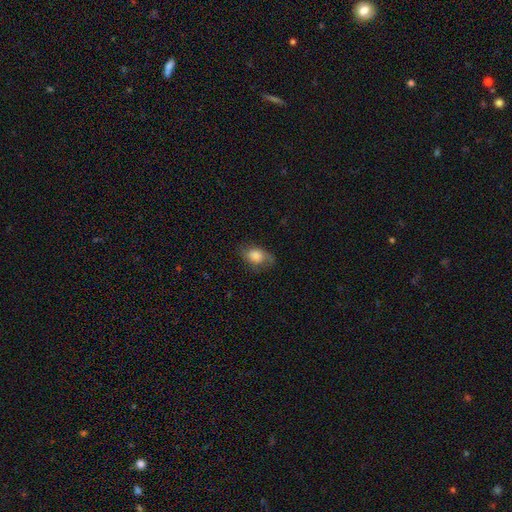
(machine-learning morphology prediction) A smooth galaxy with no disk features (74%) that is in between round and cigar-shaped (81%).

Vote fractions:
- Smooth or featured? smooth: 74% / featured or disk: 18% / star or artifact: 8%
- How rounded? in between: 81% / round: 17% / cigar-shaped: 2%
- Merging? none: 63% / minor disturbance: 25% / major disturbance: 11% / merger: 1%